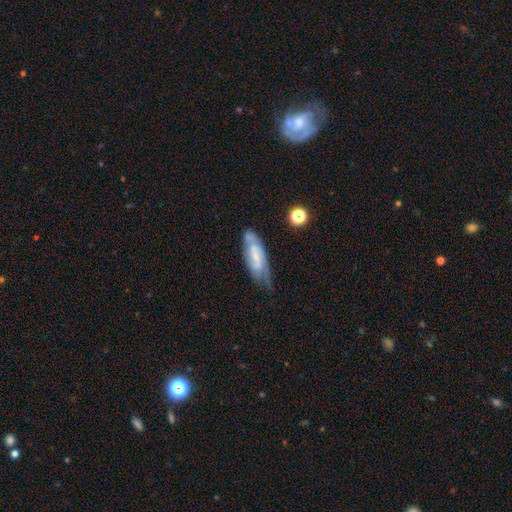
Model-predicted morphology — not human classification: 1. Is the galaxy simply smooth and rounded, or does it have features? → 63% featured or disk, 29% smooth, 8% star or artifact.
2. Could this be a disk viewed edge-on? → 85% no, 15% yes.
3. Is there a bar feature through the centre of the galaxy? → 44% weak, 34% no, 22% strong.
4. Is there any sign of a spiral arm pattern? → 81% yes, 19% no.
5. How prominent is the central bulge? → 56% small, 24% moderate, 16% none, 3% large, 1% dominant.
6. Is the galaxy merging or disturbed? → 56% none, 28% minor disturbance, 11% major disturbance, 4% merger.